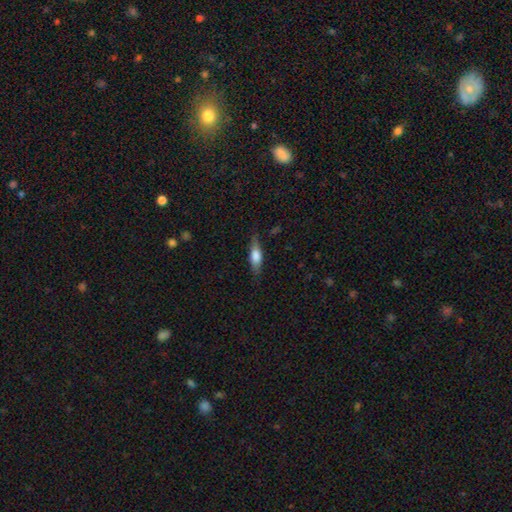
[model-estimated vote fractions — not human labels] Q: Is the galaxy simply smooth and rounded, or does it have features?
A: smooth — 59%.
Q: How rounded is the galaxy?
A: cigar-shaped — 50%.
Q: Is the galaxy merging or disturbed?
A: none — 79%.